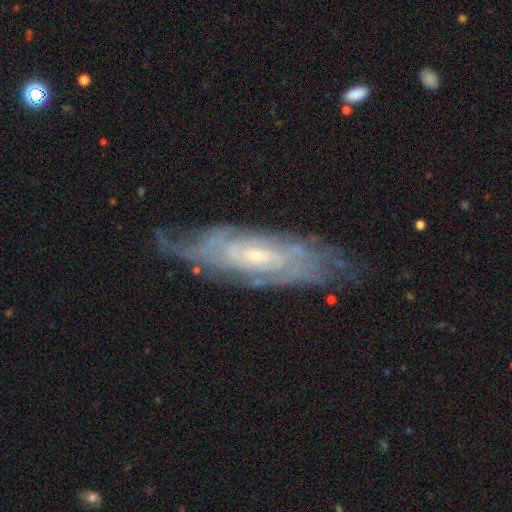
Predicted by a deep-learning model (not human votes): A featured or disk galaxy (83%) with no bar (57%), tight (70%) spiral arms (93%) and a small central bulge (67%).

Vote fractions:
- Smooth or featured? featured or disk: 83% / smooth: 10% / star or artifact: 7%
- Edge-on disk? no: 83% / yes: 17%
- Bar? no: 57% / weak: 34% / strong: 9%
- Spiral arms? yes: 93% / no: 7%
- Spiral winding? tight: 70% / medium: 25% / loose: 6%
- Spiral arm count? can't tell: 53% / 2: 15% / 4: 10% / 3: 10% / more than 4: 6% / 1: 4%
- Bulge size? small: 67% / moderate: 27% / none: 3% / large: 2% / dominant: 1%
- Merging? none: 72% / minor disturbance: 20% / major disturbance: 7% / merger: 2%